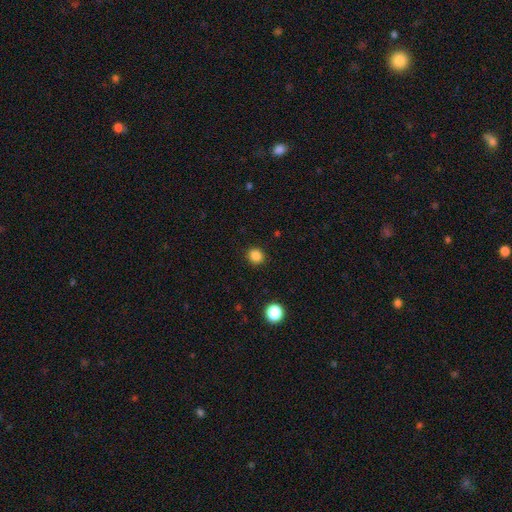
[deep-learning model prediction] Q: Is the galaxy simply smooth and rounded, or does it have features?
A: smooth — 85%.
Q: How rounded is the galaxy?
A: round — 90%.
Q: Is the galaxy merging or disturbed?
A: none — 92%.